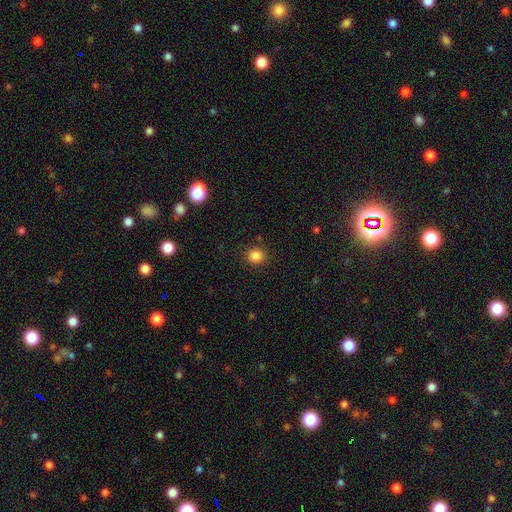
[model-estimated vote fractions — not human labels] Smooth or featured? Predicted: smooth (p=0.85). How rounded? Predicted: round (p=0.87). Merging? Predicted: none (p=0.89).